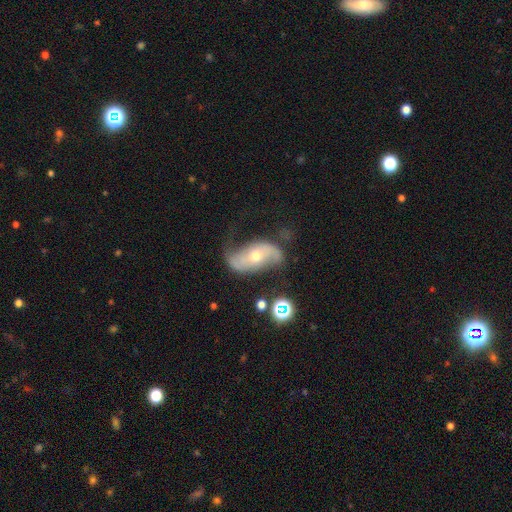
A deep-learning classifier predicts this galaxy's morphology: type=featured or disk (78%); edge-on=no (93%); bar=no (58%); spiral arms=yes (89%); winding=loose (71%); arm count=2 (88%); bulge=moderate (59%); merging=none (57%).